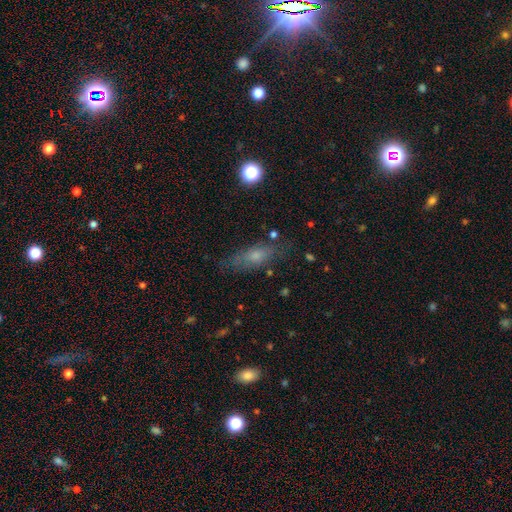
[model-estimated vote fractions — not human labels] The model was most divided on "smooth or featured": smooth: 59%, featured or disk: 28%, star or artifact: 13%. More confident: merging — none (72%); how rounded — in between (63%).